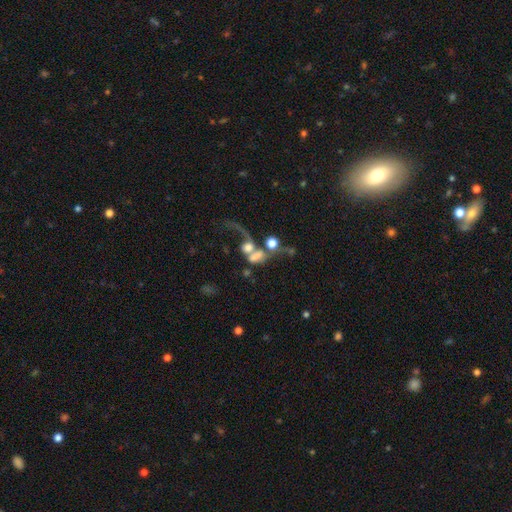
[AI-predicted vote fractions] Morphology: type=smooth (47%); merging=merger (58%).